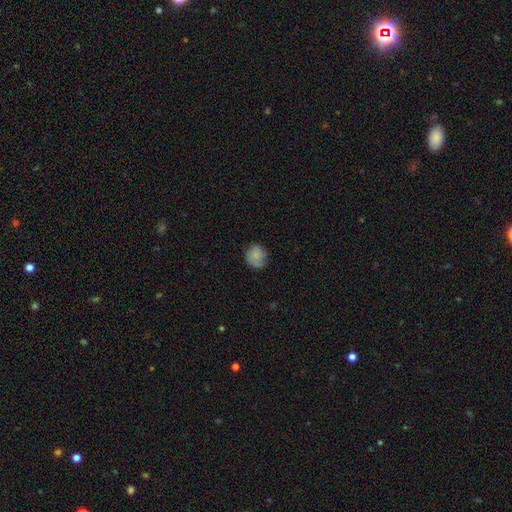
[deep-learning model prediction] Smooth or featured?
  - smooth: 79% *
  - featured or disk: 13%
  - star or artifact: 9%
How rounded?
  - round: 84% *
  - in between: 15%
  - cigar-shaped: 1%
Merging?
  - none: 68% *
  - minor disturbance: 24%
  - major disturbance: 7%
  - merger: 1%